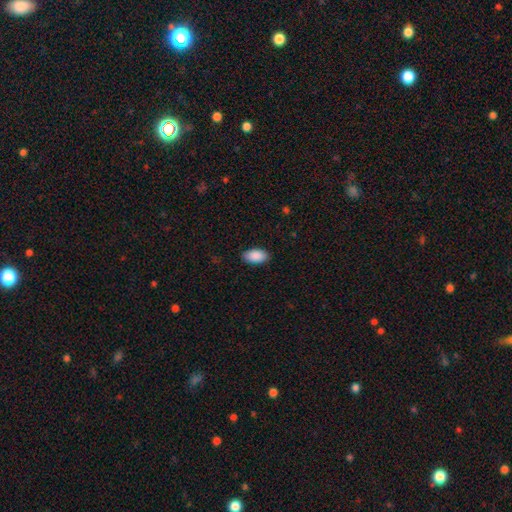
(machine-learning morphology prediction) smooth_or_featured: smooth (p=0.90) [alt: star or artifact p=0.06]
how_rounded: in between (p=0.95) [alt: round p=0.03]
merging: none (p=0.88) [alt: minor disturbance p=0.09]